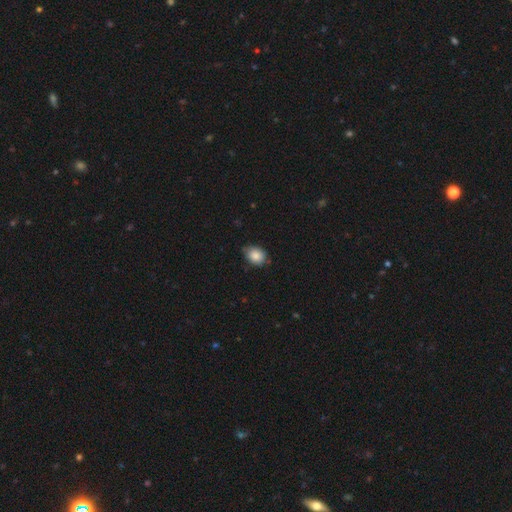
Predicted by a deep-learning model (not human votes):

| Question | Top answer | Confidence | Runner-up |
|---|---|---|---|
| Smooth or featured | smooth | 85% | star or artifact (8%) |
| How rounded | in between | 62% | round (37%) |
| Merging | none | 69% | minor disturbance (26%) |